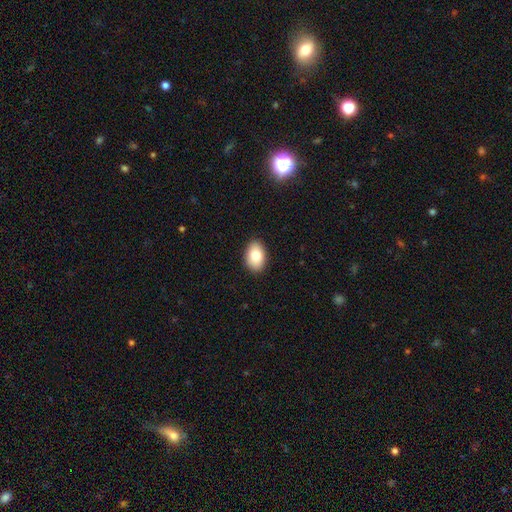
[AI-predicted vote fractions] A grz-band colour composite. It shows a smooth galaxy with no disk features (81%) that is in between round and cigar-shaped (87%). Merging: none (89%).